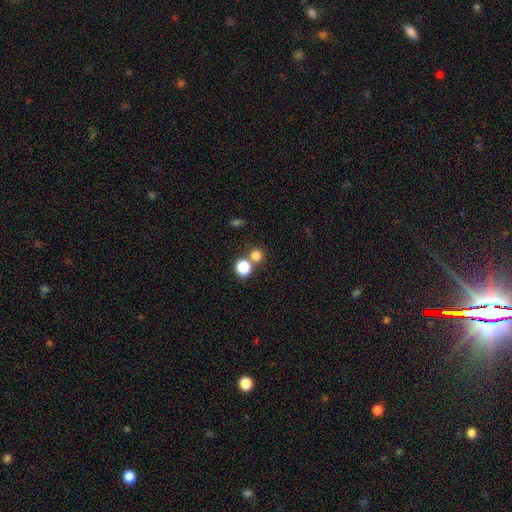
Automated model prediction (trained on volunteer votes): smooth_or_featured: smooth (p=0.79) [alt: star or artifact p=0.15]
how_rounded: round (p=0.87) [alt: in between p=0.12]
merging: none (p=0.61) [alt: merger p=0.29]